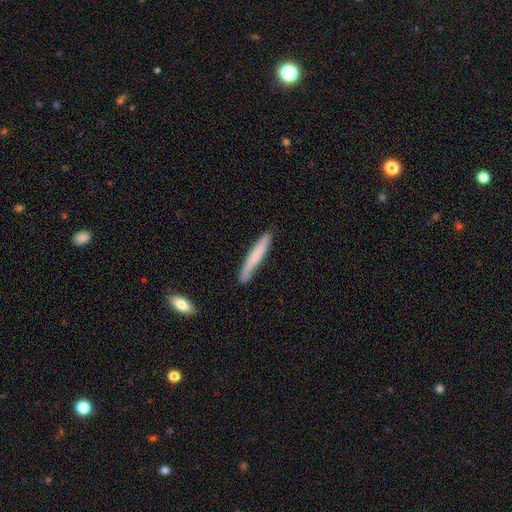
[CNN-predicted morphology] smooth 63%, featured or disk 31%, star or artifact 6%. Down the decision tree: how rounded — cigar-shaped (95%); merging — none (78%).